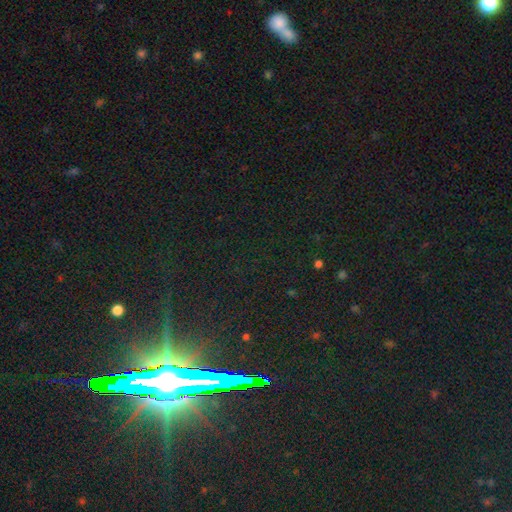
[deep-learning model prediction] smooth_or_featured: star or artifact (p=0.81) [alt: featured or disk p=0.11]